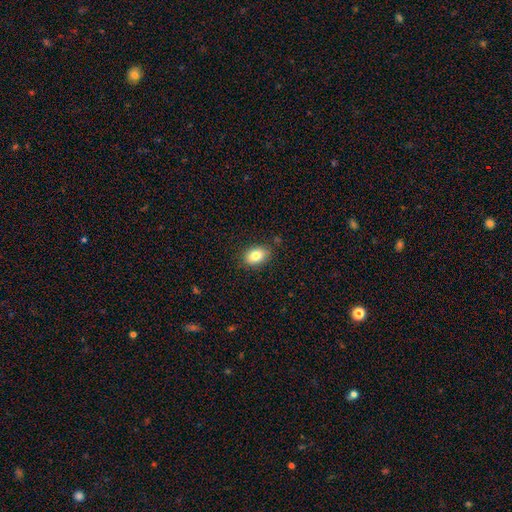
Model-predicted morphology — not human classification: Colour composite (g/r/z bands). It shows a smooth galaxy with no disk features (82%) that is in between round and cigar-shaped (81%). Merging: none (84%).